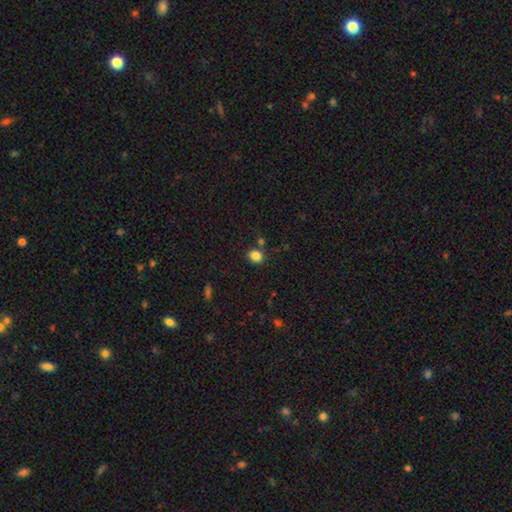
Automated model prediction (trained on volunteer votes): Smooth or featured? smooth (84%)
How rounded? round (77%)
Merging? none (82%)